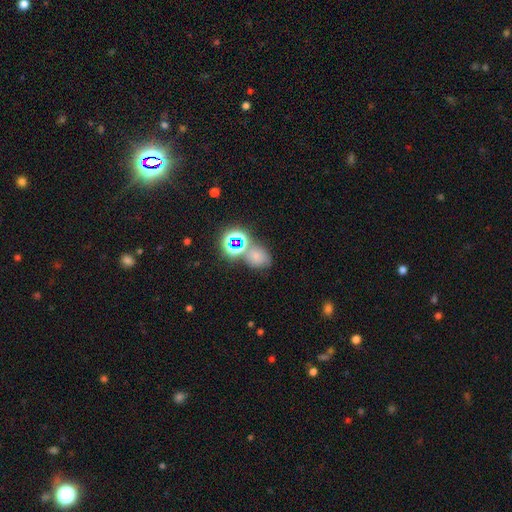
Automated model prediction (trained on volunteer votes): smooth_or_featured: smooth (p=0.60) [alt: star or artifact p=0.31]
how_rounded: round (p=0.53) [alt: in between p=0.46]
merging: none (p=0.54) [alt: merger p=0.27]